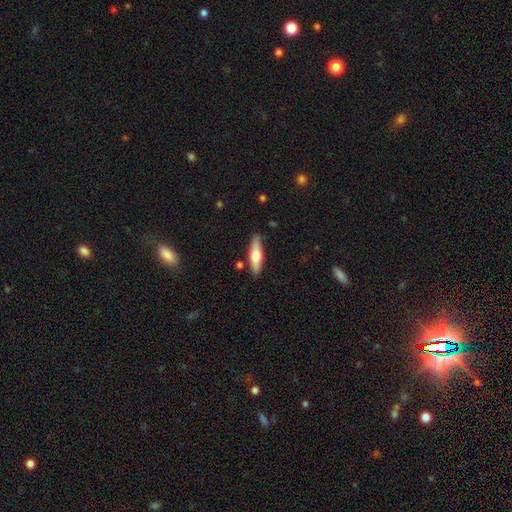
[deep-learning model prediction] This is possibly a smooth galaxy (56%). How rounded: likely cigar-shaped (65%). Merging: clearly none (85%).